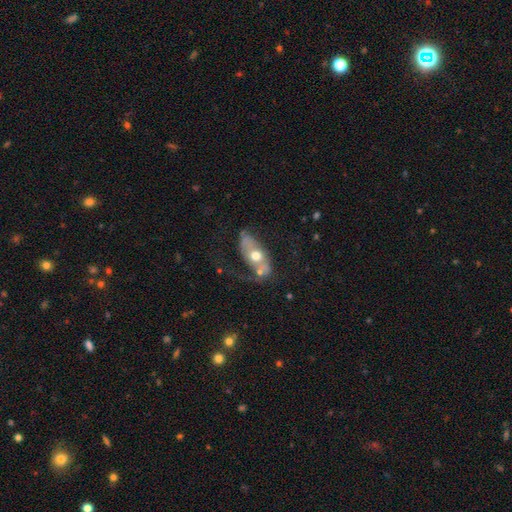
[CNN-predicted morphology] Smooth or featured? featured or disk (51%)
Edge-on disk? no (84%)
Merging? none (33%)